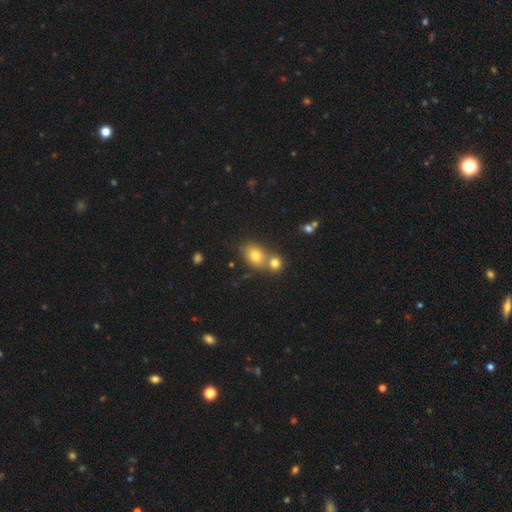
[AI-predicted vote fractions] Smooth or featured: smooth — 75% (star or artifact — 13%)
How rounded: in between — 57% (round — 41%)
Merging: none — 44% (tied with merger — 44%)